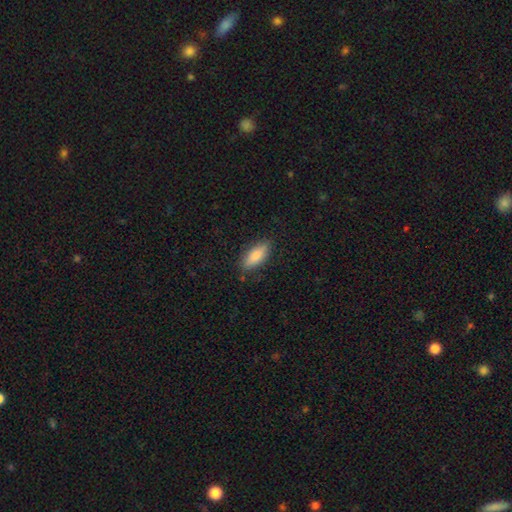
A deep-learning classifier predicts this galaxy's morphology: Smooth or featured? Predicted: smooth (p=0.82). How rounded? Predicted: in between (p=0.70). Merging? Predicted: none (p=0.83).